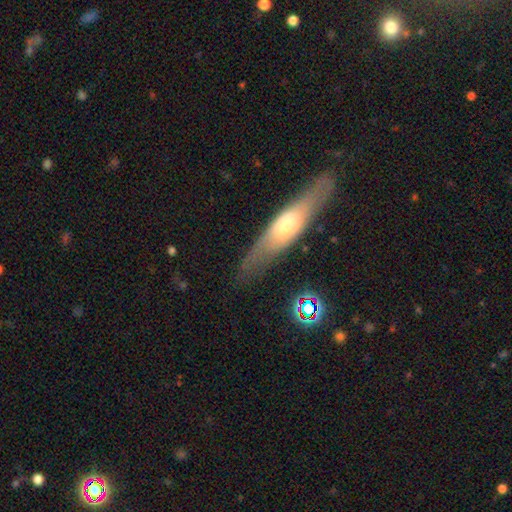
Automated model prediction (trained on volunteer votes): smooth_or_featured: featured or disk (p=0.61) [alt: smooth p=0.31]
disk_edge_on: yes (p=0.81) [alt: no p=0.19]
merging: none (p=0.82) [alt: minor disturbance p=0.12]